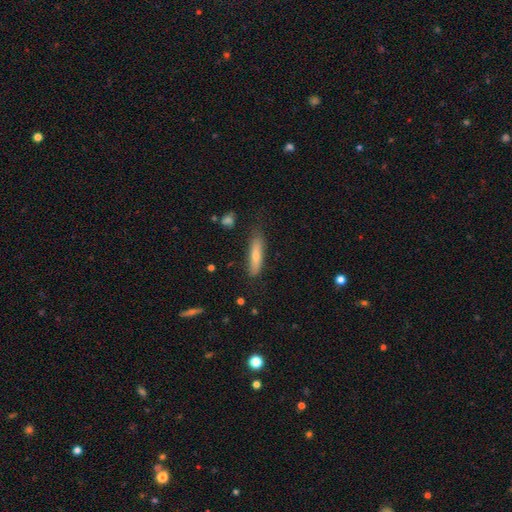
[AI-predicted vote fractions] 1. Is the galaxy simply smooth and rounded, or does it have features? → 61% smooth, 31% featured or disk, 8% star or artifact.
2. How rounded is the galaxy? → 82% cigar-shaped, 16% in between, 2% round.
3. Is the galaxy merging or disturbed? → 75% none, 19% minor disturbance, 4% major disturbance, 2% merger.